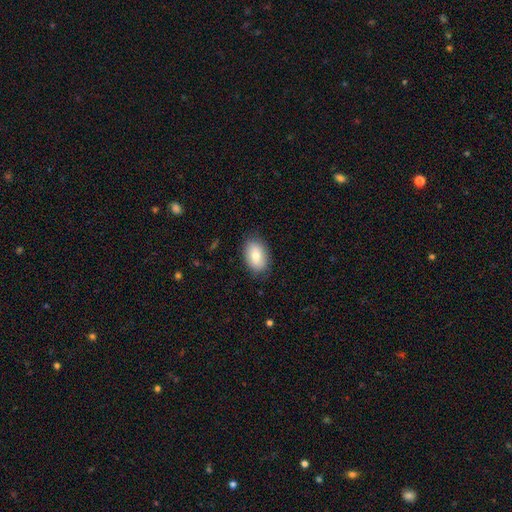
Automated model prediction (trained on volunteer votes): Smooth or featured? smooth (77%)
How rounded? in between (89%)
Merging? none (84%)